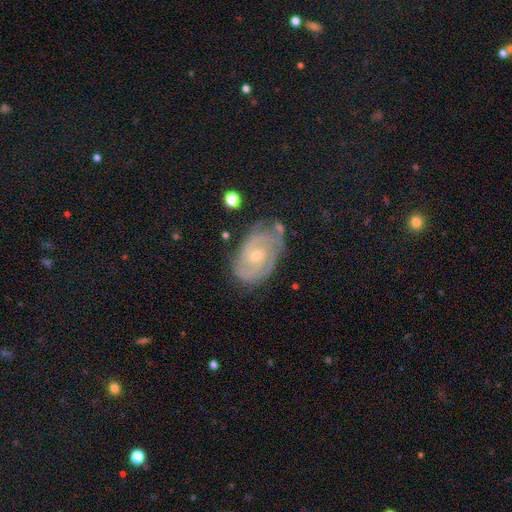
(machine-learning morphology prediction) Overall: featured or disk (86%). Edge-on disk: no (97%). Bar: no (63%; weak 32%). Spiral arms: yes (97%). Spiral arm count: 2 (50%; 3 22%). Spiral winding: tight (62%; medium 32%). Bulge size: small (70%). Merging: none (67%).